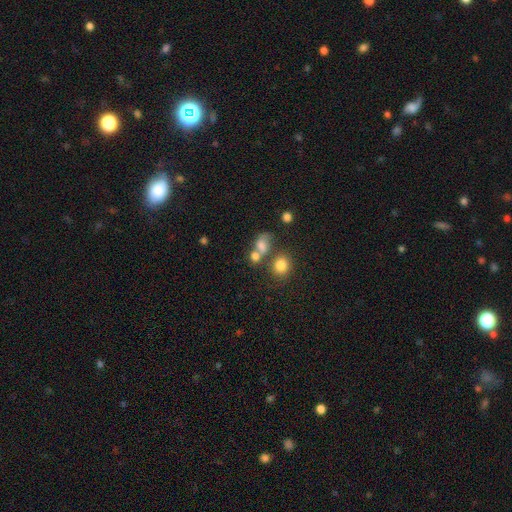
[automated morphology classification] smooth 71%, star or artifact 15%, featured or disk 14%. Down the decision tree: how rounded — round (60%); merging — merger (42%).